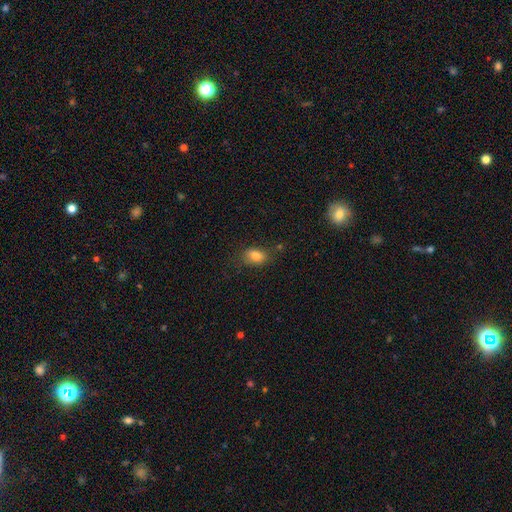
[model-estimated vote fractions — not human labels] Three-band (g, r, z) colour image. It shows a smooth galaxy with no disk features (81%) that is in between round and cigar-shaped (80%). Merging: none (71%).